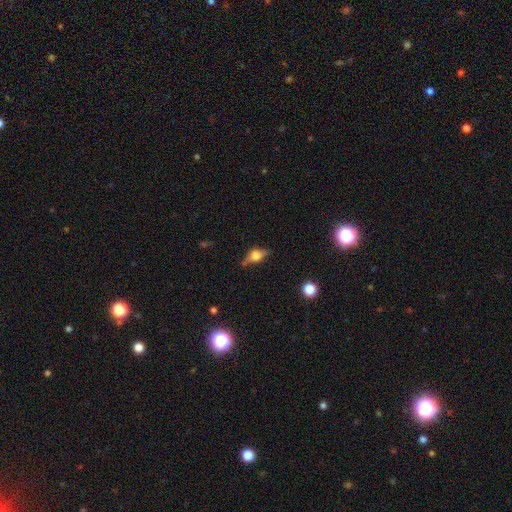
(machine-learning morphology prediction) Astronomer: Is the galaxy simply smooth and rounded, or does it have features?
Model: smooth — 48% (runner-up: featured or disk, 42%).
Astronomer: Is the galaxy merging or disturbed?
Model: none — 62%.